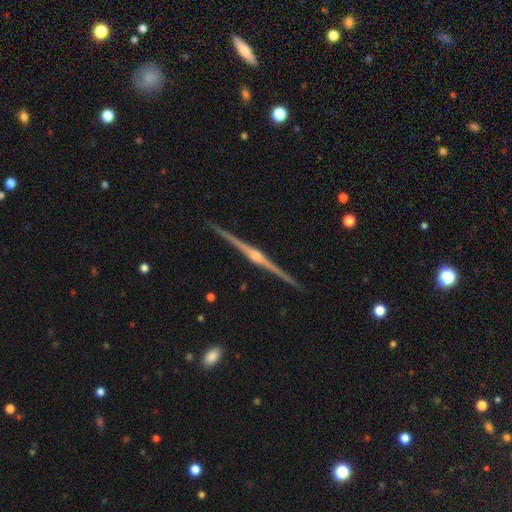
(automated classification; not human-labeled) The model was most divided on "edge-on bulge": rounded: 88%, boxy: 7%, none: 5%. More confident: edge-on disk — yes (99%); merging — none (93%); smooth or featured — featured or disk (91%).